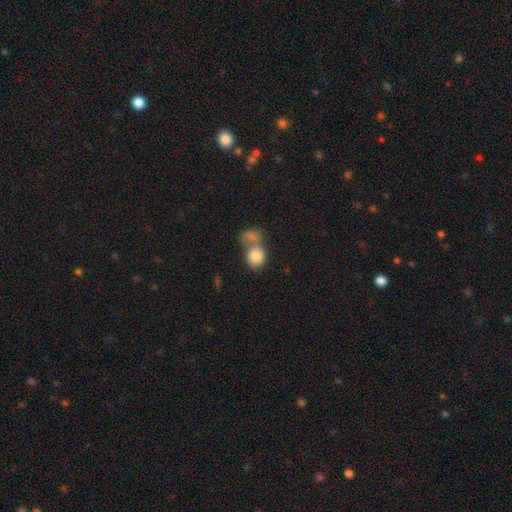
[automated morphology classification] Smooth or featured: smooth — 81% (featured or disk — 11%)
How rounded: round — 55% (in between — 44%)
Merging: merger — 55% (none — 28%)